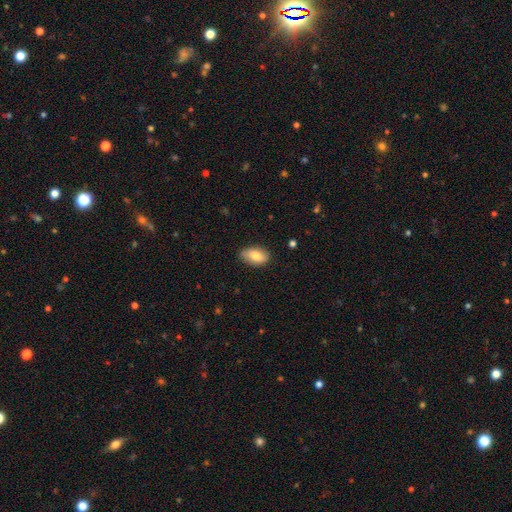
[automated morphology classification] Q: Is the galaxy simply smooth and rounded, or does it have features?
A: smooth — 79%.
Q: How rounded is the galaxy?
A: in between — 91%.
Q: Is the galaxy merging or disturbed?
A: none — 81%.